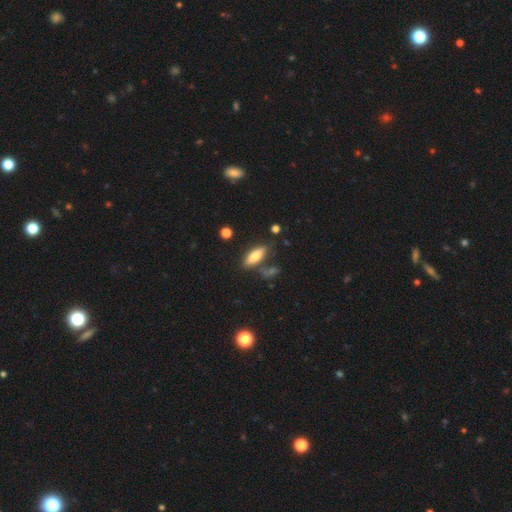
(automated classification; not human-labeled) Overall: smooth (71%). How rounded: in between (51%; cigar-shaped 46%). Merging: none (69%).